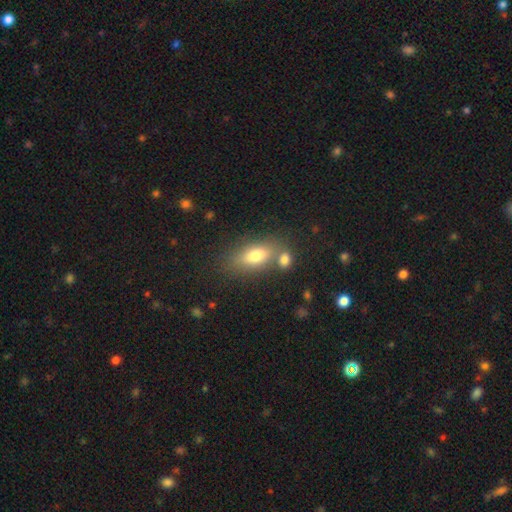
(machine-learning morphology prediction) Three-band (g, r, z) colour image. It shows a smooth galaxy with no disk features (75%) that is in between round and cigar-shaped (81%). Merging: none (58%).